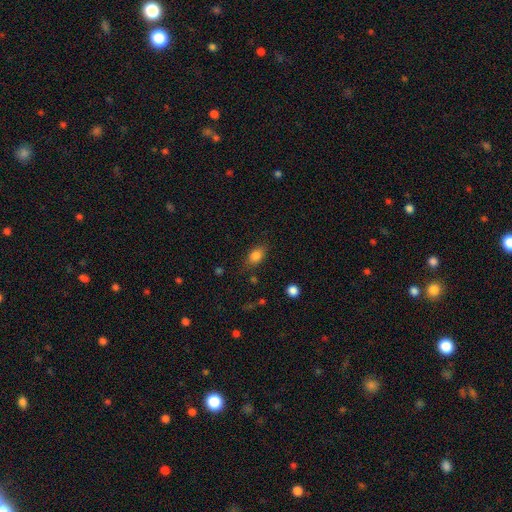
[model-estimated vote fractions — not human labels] smooth-or-featured: smooth: 81% | star or artifact: 10% | featured or disk: 9%
  how-rounded: in between: 78% | round: 17% | cigar-shaped: 4%
  merging: none: 76% | minor disturbance: 17% | major disturbance: 5% | merger: 2%